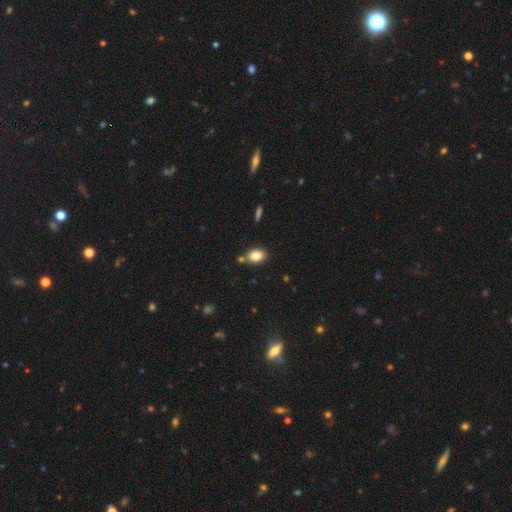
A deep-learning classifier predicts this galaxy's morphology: The model was most divided on "how rounded": in between: 81%, round: 17%, cigar-shaped: 1%. More confident: smooth or featured — smooth (85%); merging — none (75%).